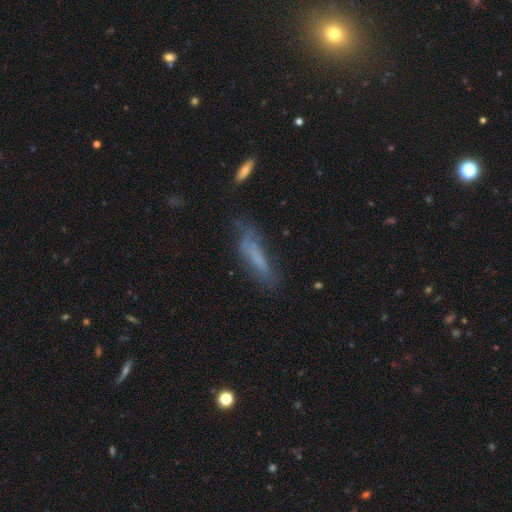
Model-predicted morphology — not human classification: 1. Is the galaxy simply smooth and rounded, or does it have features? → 56% smooth, 33% featured or disk, 11% star or artifact.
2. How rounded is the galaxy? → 72% cigar-shaped, 27% in between, 2% round.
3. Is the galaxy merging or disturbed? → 57% none, 27% minor disturbance, 13% major disturbance, 3% merger.